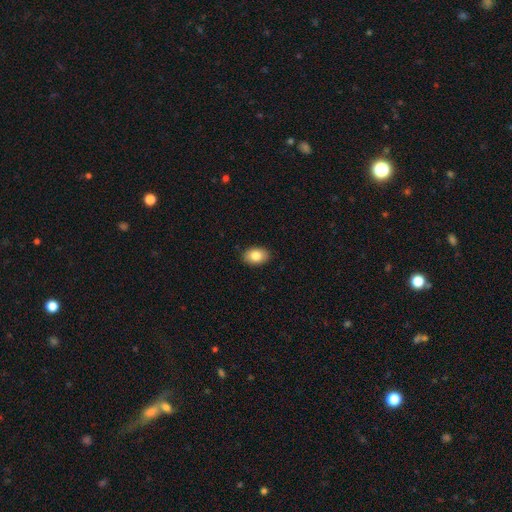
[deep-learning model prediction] A smooth galaxy with no disk features (84%) that is in between round and cigar-shaped (83%). Merging: none (90%).